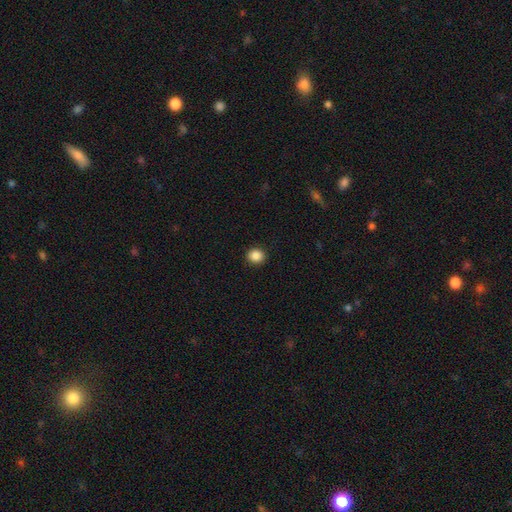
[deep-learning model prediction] A smooth galaxy with no disk features (87%) that is round (86%).

Vote fractions:
- Smooth or featured? smooth: 87% / star or artifact: 10% / featured or disk: 3%
- How rounded? round: 86% / in between: 13% / cigar-shaped: 1%
- Merging? none: 92% / minor disturbance: 6% / major disturbance: 2% / merger: 1%